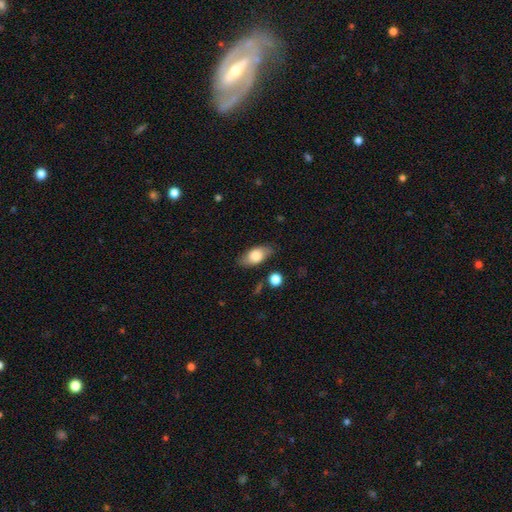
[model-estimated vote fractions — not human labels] The model was most divided on "smooth or featured": smooth: 76%, featured or disk: 17%, star or artifact: 7%. More confident: how rounded — in between (89%); merging — none (81%).